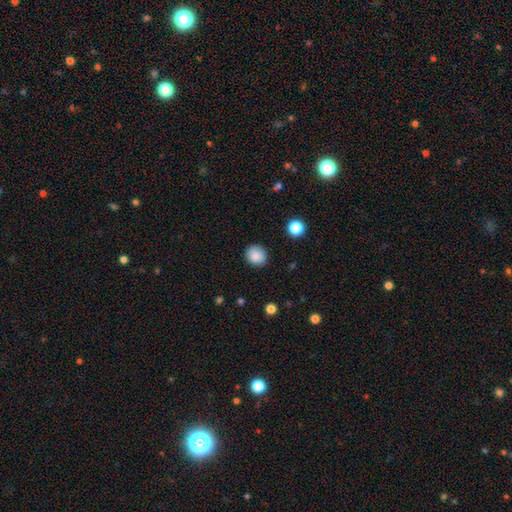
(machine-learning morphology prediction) A smooth galaxy with no disk features (87%) that is round (83%).

Vote fractions:
- Smooth or featured? smooth: 87% / star or artifact: 9% / featured or disk: 4%
- How rounded? round: 83% / in between: 16% / cigar-shaped: 1%
- Merging? none: 88% / minor disturbance: 8% / major disturbance: 2% / merger: 1%